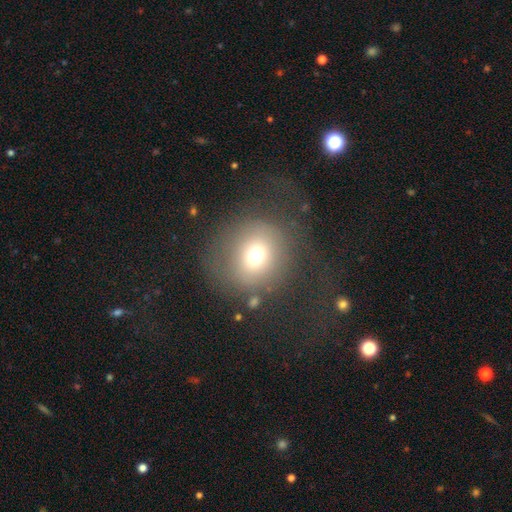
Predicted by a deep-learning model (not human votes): smooth 68%, featured or disk 18%, star or artifact 15%. Down the decision tree: how rounded — round (87%); merging — none (61%).